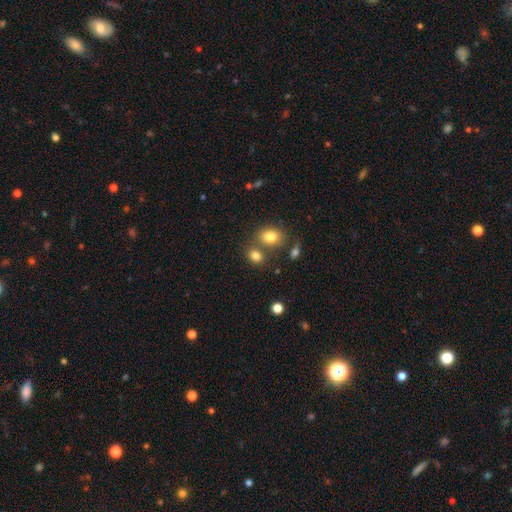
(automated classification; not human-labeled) The model was most divided on "how rounded": in between: 55%, round: 43%, cigar-shaped: 1%. More confident: smooth or featured — smooth (81%); merging — none (56%).